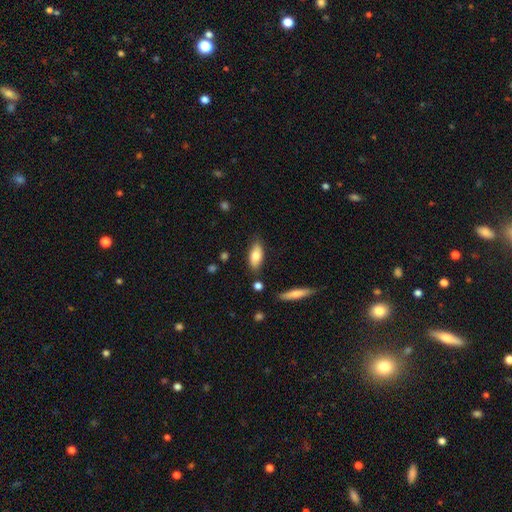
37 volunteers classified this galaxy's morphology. Smooth or featured: smooth — 84% (featured or disk — 16%)
How rounded: in between — 74% (cigar-shaped — 23%)
Merging: none — 84% (minor disturbance — 16%)